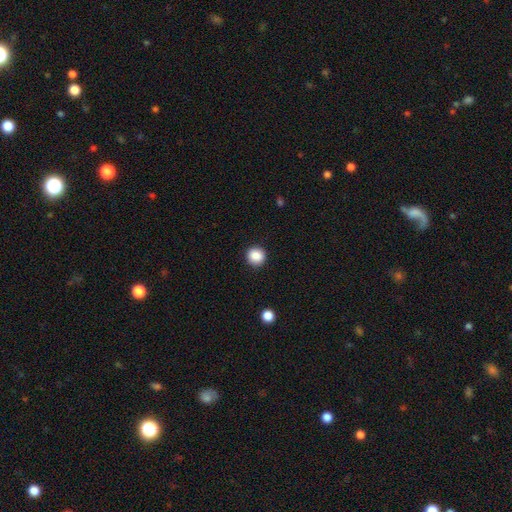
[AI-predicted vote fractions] Overall: smooth (88%). How rounded: round (91%). Merging: none (91%).